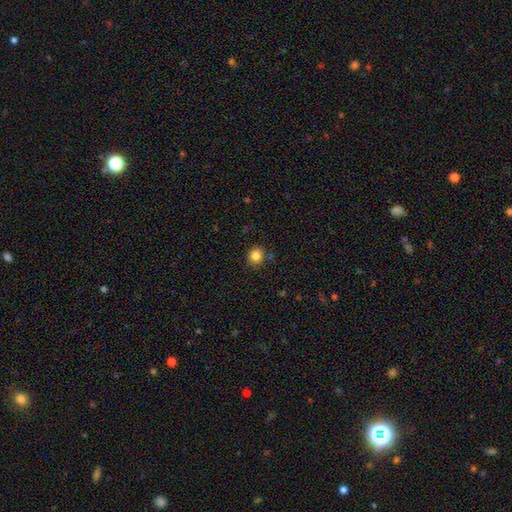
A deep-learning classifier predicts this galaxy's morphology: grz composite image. It shows a smooth galaxy with no disk features (83%) that is round (87%). Merging: none (85%).